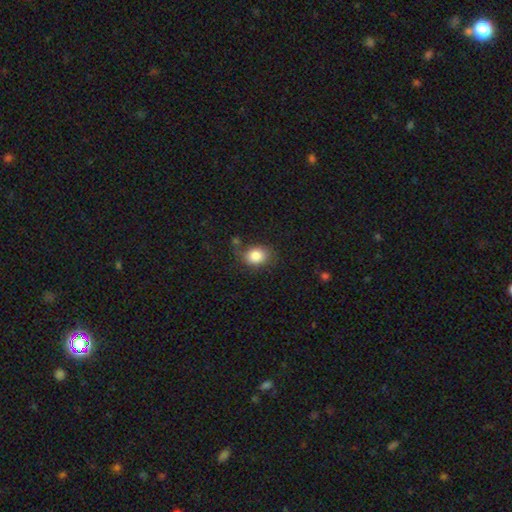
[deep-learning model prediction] smooth-or-featured: smooth: 84% | star or artifact: 9% | featured or disk: 6%
  how-rounded: round: 50% | in between: 49% | cigar-shaped: 1%
  merging: none: 70% | minor disturbance: 18% | major disturbance: 6% | merger: 6%